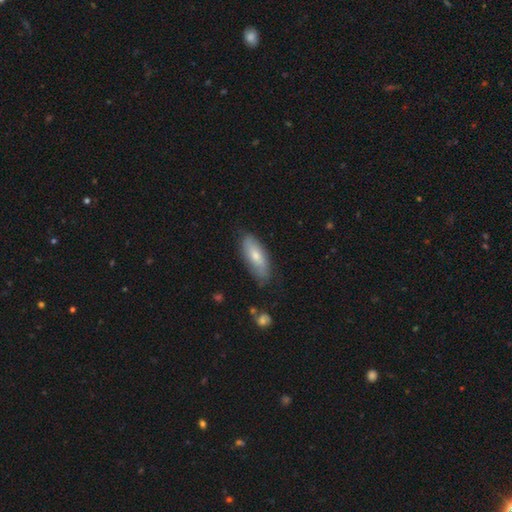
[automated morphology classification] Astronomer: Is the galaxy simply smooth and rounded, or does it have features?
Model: smooth — 67%.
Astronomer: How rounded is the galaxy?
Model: in between — 72%.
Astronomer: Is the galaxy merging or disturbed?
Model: none — 77%.